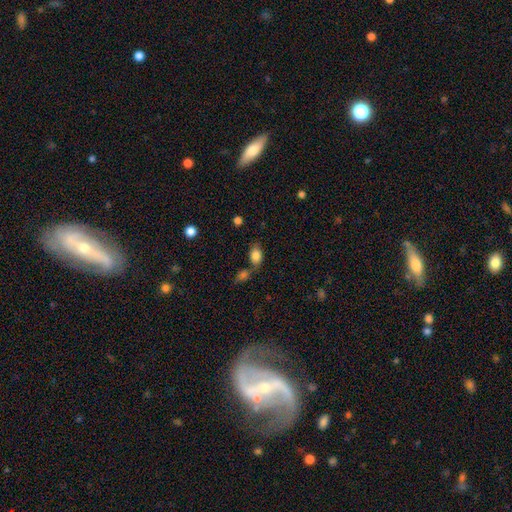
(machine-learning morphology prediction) Smooth or featured?
  - smooth: 83% *
  - star or artifact: 9%
  - featured or disk: 8%
How rounded?
  - in between: 81% *
  - round: 17%
  - cigar-shaped: 2%
Merging?
  - none: 52% *
  - merger: 26%
  - minor disturbance: 15%
  - major disturbance: 6%